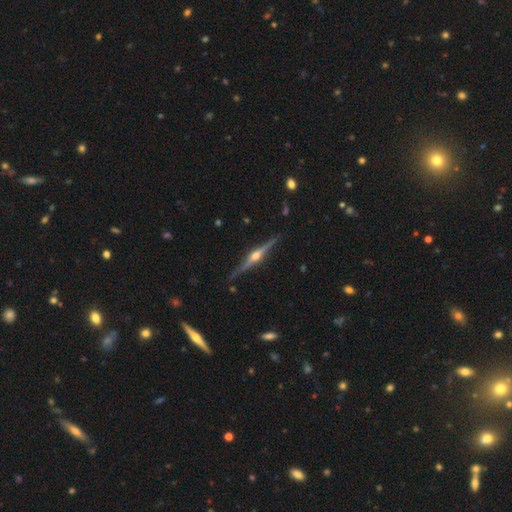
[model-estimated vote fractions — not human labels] Smooth or featured? Predicted: featured or disk (p=0.85). Edge-on disk? Predicted: yes (p=0.98). Edge-on bulge? Predicted: rounded (p=0.94). Merging? Predicted: none (p=0.87).